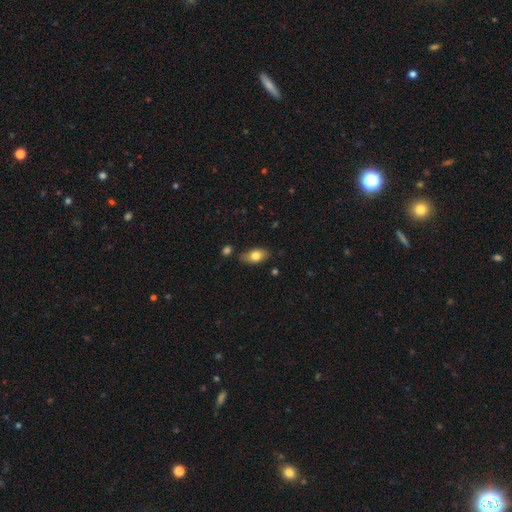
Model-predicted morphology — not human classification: This is likely a smooth galaxy (77%). How rounded: clearly in between (89%). Merging: likely none (75%).